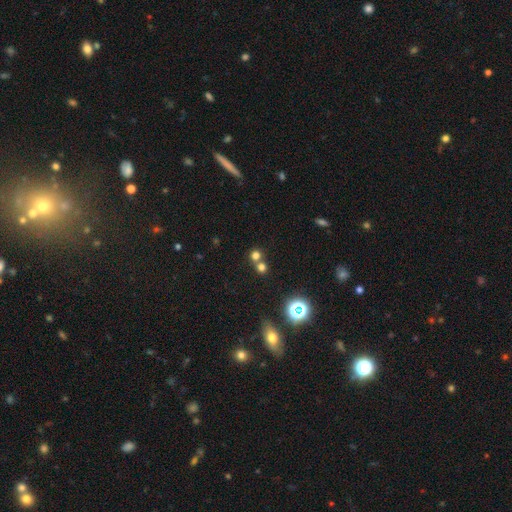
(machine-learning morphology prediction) The model was most divided on "merging": none: 53%, merger: 40%, minor disturbance: 5%, major disturbance: 2%. More confident: how rounded — round (88%); smooth or featured — smooth (66%).